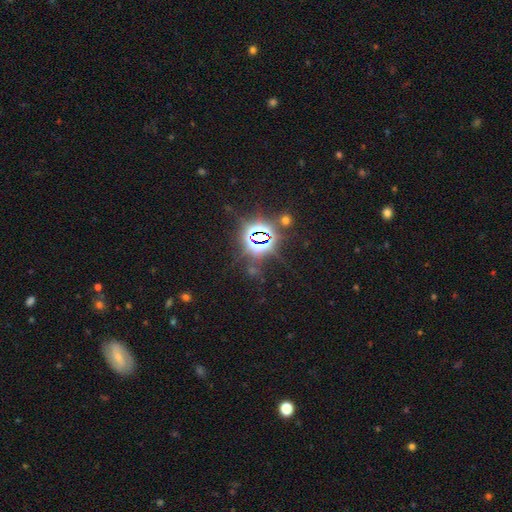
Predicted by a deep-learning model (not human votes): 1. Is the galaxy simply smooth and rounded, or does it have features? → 82% star or artifact, 10% smooth, 8% featured or disk.